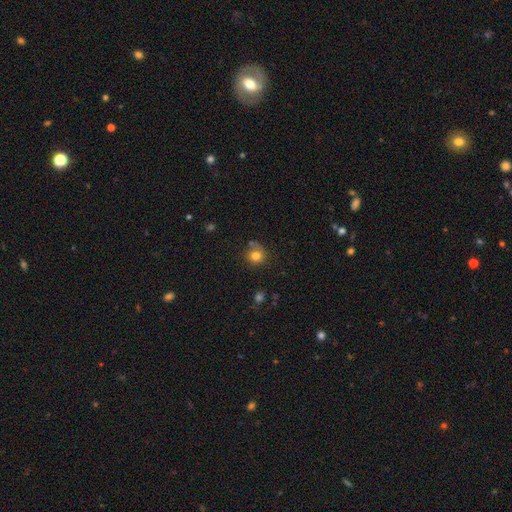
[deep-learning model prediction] This appears to be a smooth galaxy with no disk features (80%) that is round (89%). Merging: none (69%).